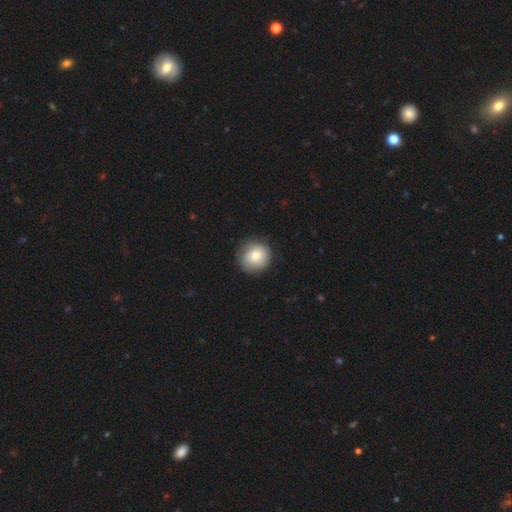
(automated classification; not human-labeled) This appears to be a smooth galaxy with no disk features (69%) that is round (90%). Merging: none (78%).